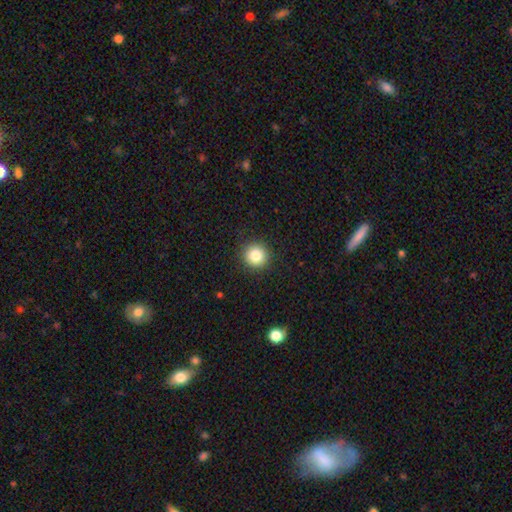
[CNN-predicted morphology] This appears to be a smooth galaxy with no disk features (83%) that is round (95%). Merging: none (92%).